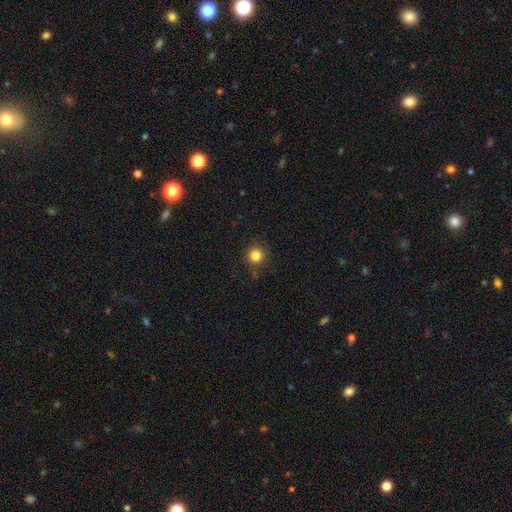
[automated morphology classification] Overall: smooth (83%). How rounded: round (93%). Merging: none (86%).